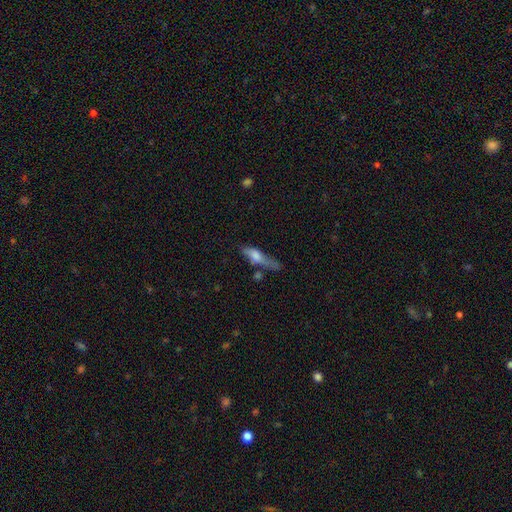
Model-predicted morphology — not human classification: smooth 62%, featured or disk 30%, star or artifact 8%. Down the decision tree: how rounded — cigar-shaped (60%); merging — none (36%).